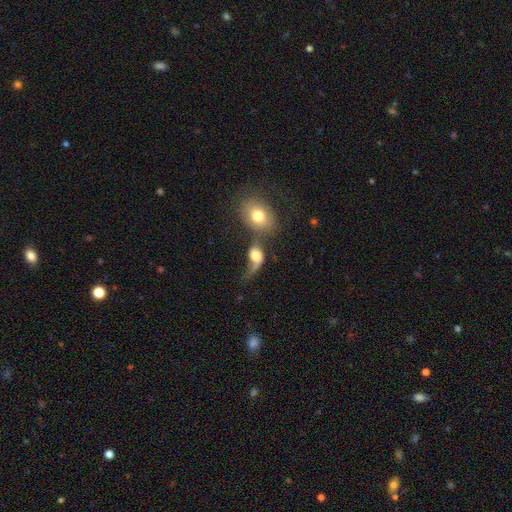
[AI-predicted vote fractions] Q: Smooth or featured?
A: smooth (47%); runner-up: featured or disk (42%)
Q: Merging?
A: merger (37%); runner-up: major disturbance (31%)